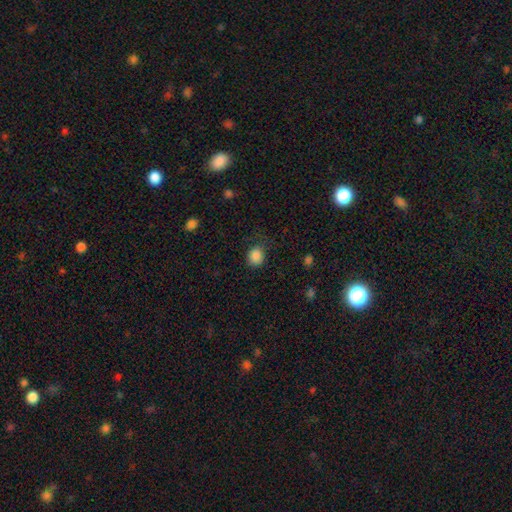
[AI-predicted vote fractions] Q: Smooth or featured?
A: smooth (86%); runner-up: star or artifact (10%)
Q: How rounded?
A: round (74%); runner-up: in between (25%)
Q: Merging?
A: none (72%); runner-up: minor disturbance (19%)